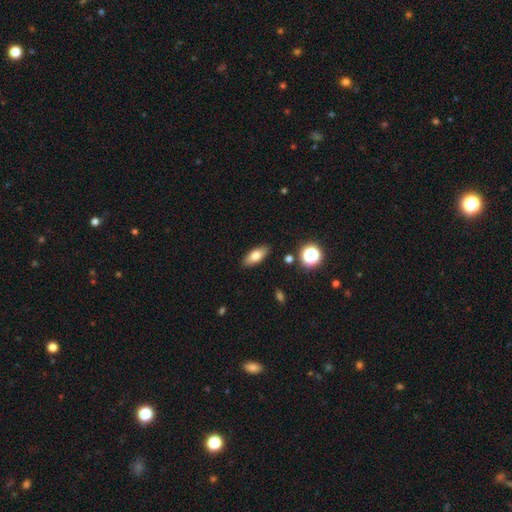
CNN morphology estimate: type=smooth (73%); roundness=in between (78%); merging=none (88%).